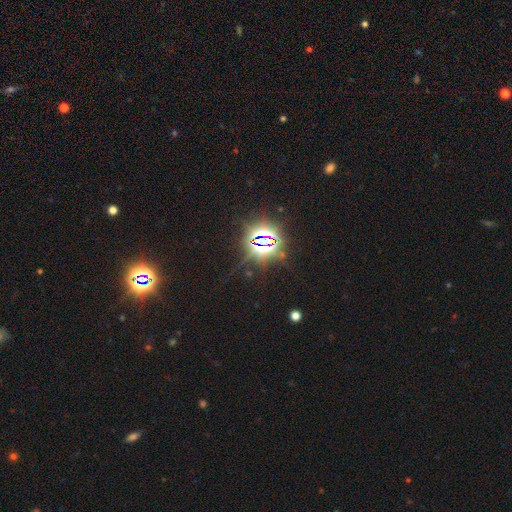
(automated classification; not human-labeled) smooth-or-featured: star or artifact: 84% | smooth: 10% | featured or disk: 6%